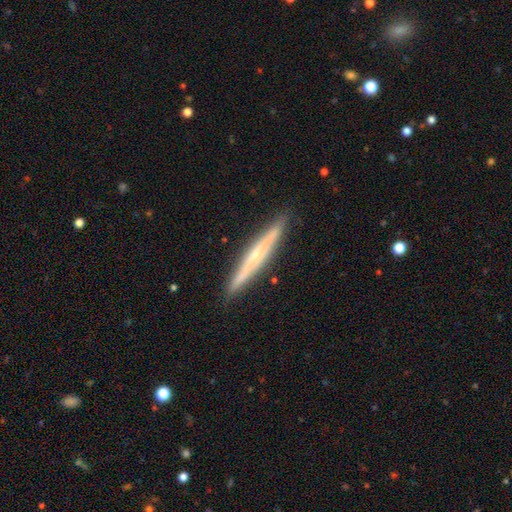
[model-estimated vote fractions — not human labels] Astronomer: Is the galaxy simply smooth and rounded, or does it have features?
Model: featured or disk — 67%.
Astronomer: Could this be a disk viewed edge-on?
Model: yes — 95%.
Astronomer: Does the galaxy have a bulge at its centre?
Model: rounded — 63%.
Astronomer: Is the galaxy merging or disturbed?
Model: none — 90%.